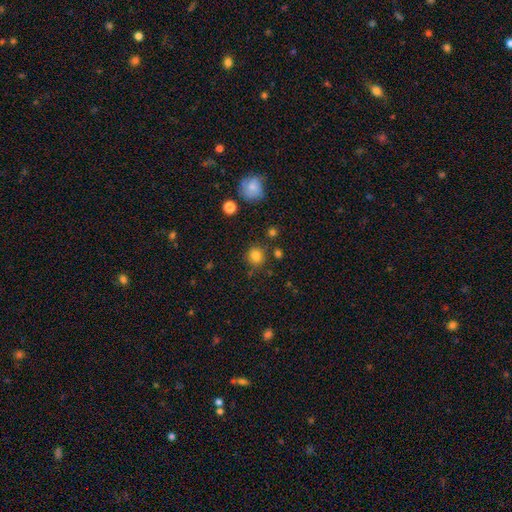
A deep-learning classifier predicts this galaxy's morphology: The model was most divided on "how rounded": round: 81%, in between: 18%, cigar-shaped: 1%. More confident: smooth or featured — smooth (81%); merging — none (80%).